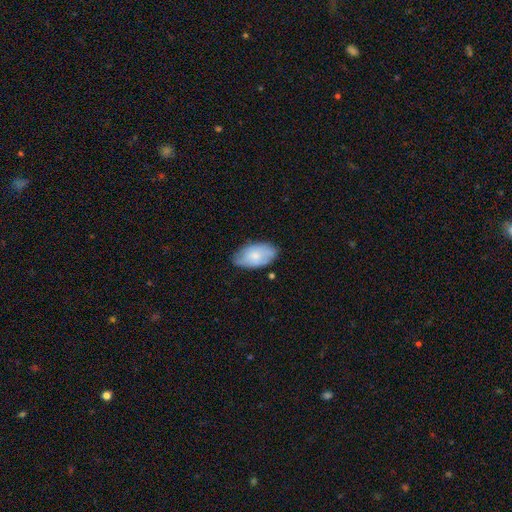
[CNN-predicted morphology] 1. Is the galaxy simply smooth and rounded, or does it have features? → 69% smooth, 25% featured or disk, 6% star or artifact.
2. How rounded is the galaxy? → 94% in between, 5% round, 2% cigar-shaped.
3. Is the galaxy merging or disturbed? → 68% none, 26% minor disturbance, 5% major disturbance, 2% merger.